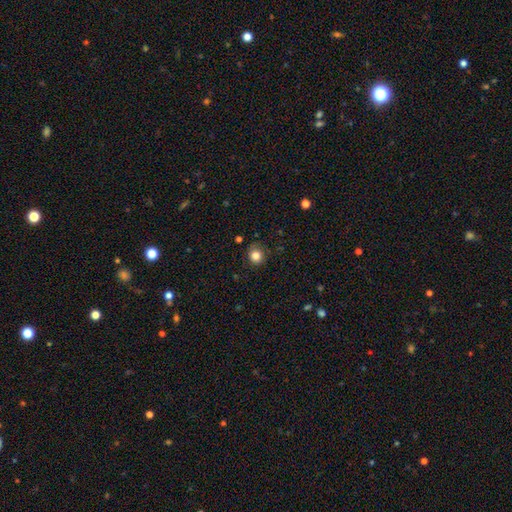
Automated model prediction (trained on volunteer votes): Smooth or featured?
  - smooth: 83% *
  - star or artifact: 11%
  - featured or disk: 6%
How rounded?
  - round: 86% *
  - in between: 13%
  - cigar-shaped: 1%
Merging?
  - none: 82% *
  - minor disturbance: 13%
  - major disturbance: 3%
  - merger: 1%